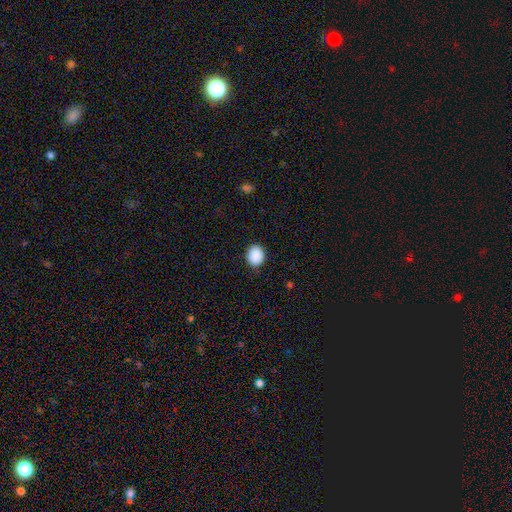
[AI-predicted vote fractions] A smooth galaxy with no disk features (90%) that is round (58%).

Vote fractions:
- Smooth or featured? smooth: 90% / star or artifact: 8% / featured or disk: 2%
- How rounded? round: 58% / in between: 42% / cigar-shaped: 1%
- Merging? none: 89% / minor disturbance: 8% / major disturbance: 2% / merger: 1%